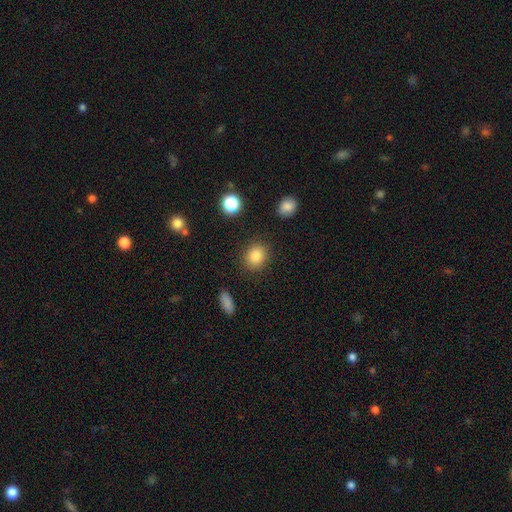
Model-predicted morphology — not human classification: A smooth galaxy with no disk features (85%) that is round (67%). Merging: none (86%).